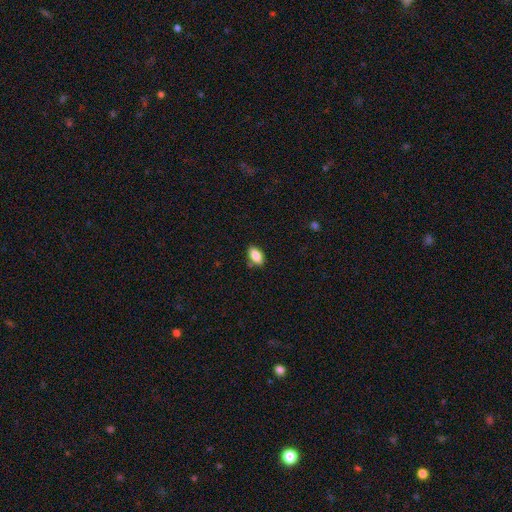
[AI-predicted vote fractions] Morphology: type=smooth (84%); roundness=in between (90%); merging=none (82%).